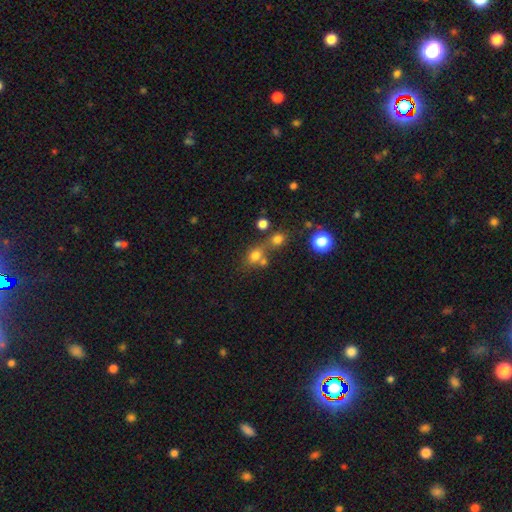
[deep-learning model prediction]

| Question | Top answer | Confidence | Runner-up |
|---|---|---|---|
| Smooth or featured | smooth | 74% | star or artifact (16%) |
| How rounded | round | 57% | in between (41%) |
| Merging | none | 45% | merger (37%) |